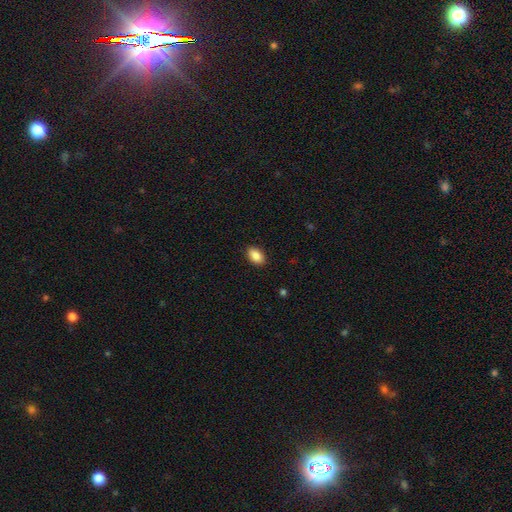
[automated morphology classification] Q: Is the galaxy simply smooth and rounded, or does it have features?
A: smooth — 88%.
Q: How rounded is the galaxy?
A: in between — 90%.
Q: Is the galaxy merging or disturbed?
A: none — 89%.